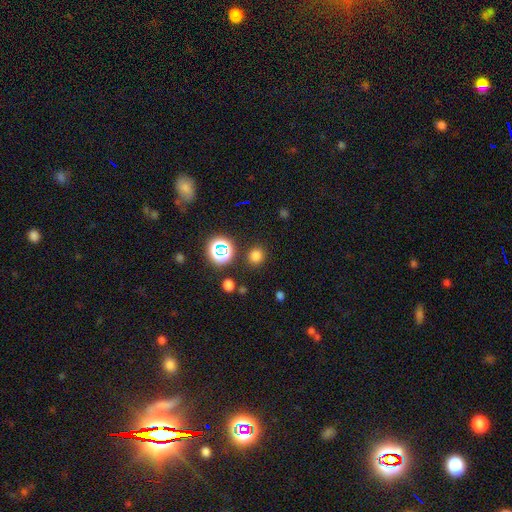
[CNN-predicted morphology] Overall: smooth (73%). How rounded: round (89%). Merging: none (87%).